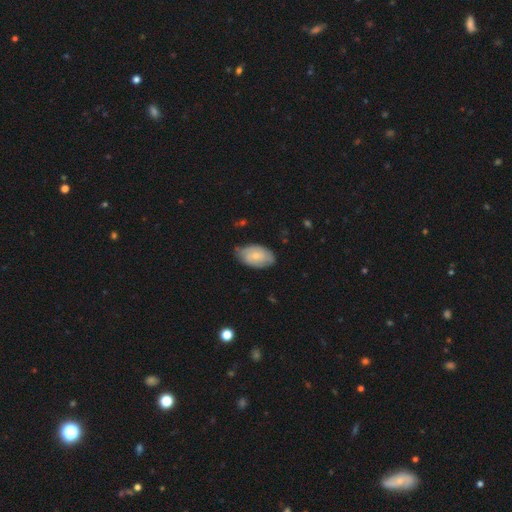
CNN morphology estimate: smooth 62%, featured or disk 32%, star or artifact 6%. Down the decision tree: how rounded — in between (93%); merging — none (67%).